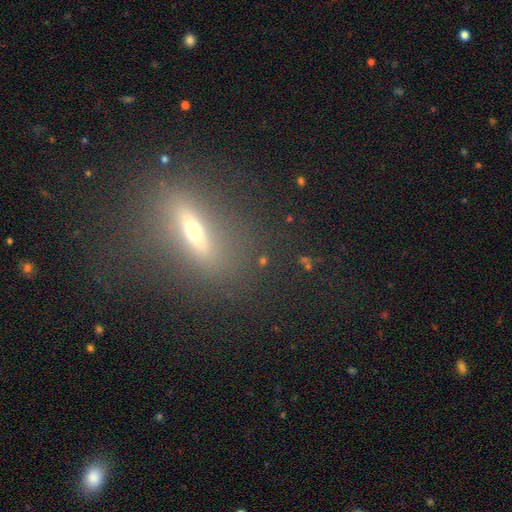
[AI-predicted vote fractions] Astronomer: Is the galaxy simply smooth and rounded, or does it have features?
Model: featured or disk — 56%.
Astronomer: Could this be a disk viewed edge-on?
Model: yes — 71%.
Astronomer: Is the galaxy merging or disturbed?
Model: none — 77%.